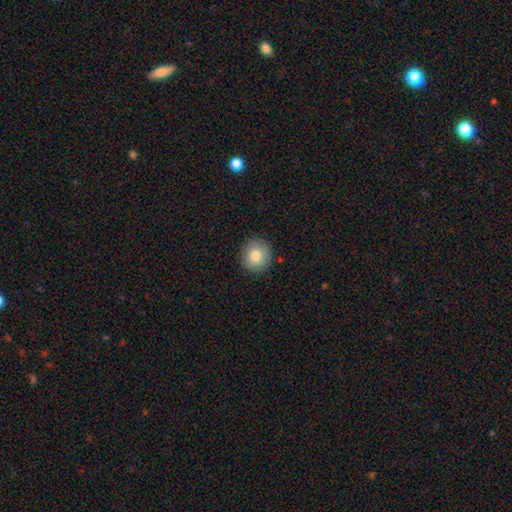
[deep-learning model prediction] Smooth or featured?
  - smooth: 82% *
  - featured or disk: 9%
  - star or artifact: 9%
How rounded?
  - round: 87% *
  - in between: 12%
  - cigar-shaped: 1%
Merging?
  - none: 88% *
  - minor disturbance: 8%
  - major disturbance: 2%
  - merger: 1%